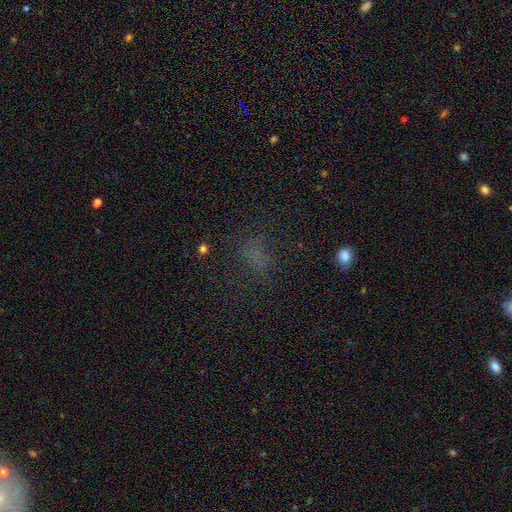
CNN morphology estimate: A smooth galaxy with no disk features (60%) that is in between round and cigar-shaped (65%). Merging: none (68%).